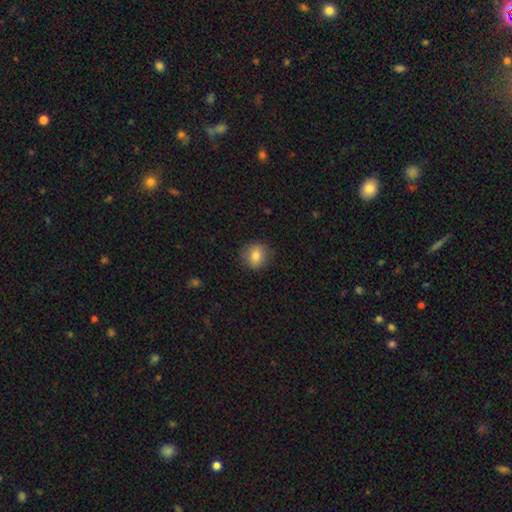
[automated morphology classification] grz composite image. It shows a smooth galaxy with no disk features (81%) that is round (79%). Merging: none (87%).